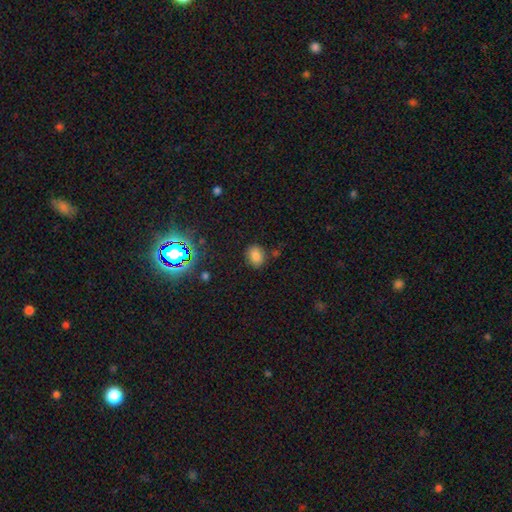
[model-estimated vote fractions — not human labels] The model was most divided on "how rounded": in between: 50%, round: 49%, cigar-shaped: 1%. More confident: merging — none (81%); smooth or featured — smooth (79%).